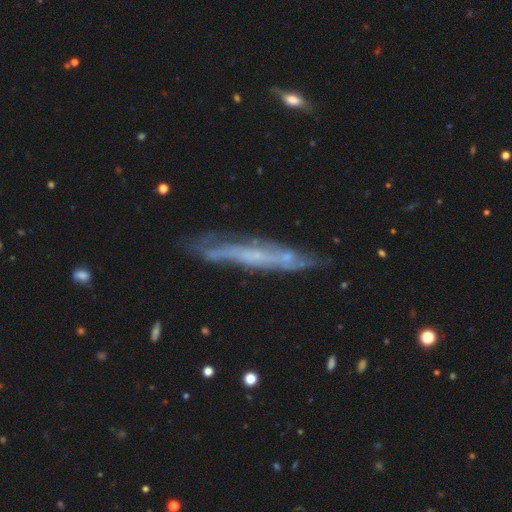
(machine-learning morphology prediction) Smooth or featured? Predicted: featured or disk (p=0.70). Edge-on disk? Predicted: yes (p=0.71). Merging? Predicted: none (p=0.74).